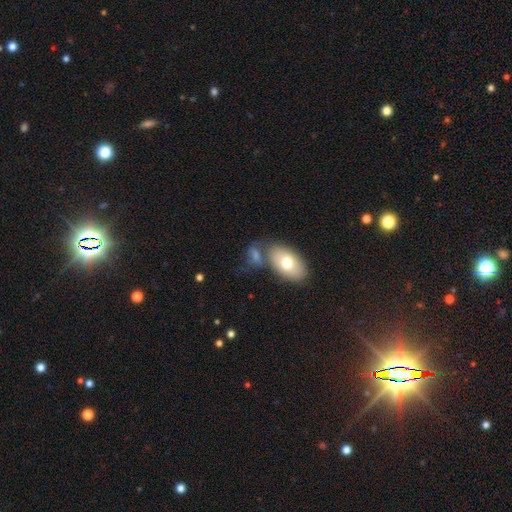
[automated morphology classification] Smooth or featured? smooth (62%)
How rounded? in between (81%)
Merging? none (49%)